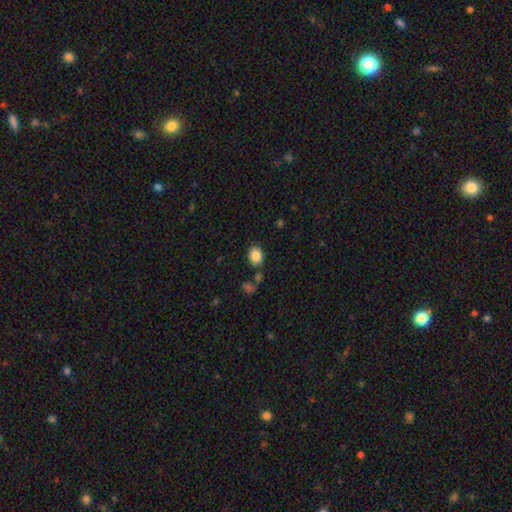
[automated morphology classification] This appears to be a smooth galaxy with no disk features (86%) that is in between round and cigar-shaped (64%). Merging: none (82%).